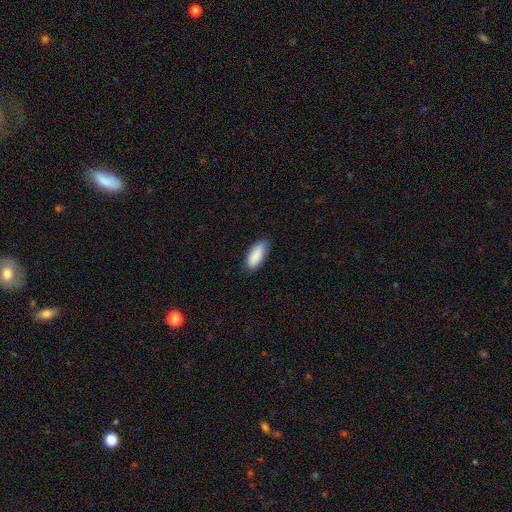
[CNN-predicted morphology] A smooth galaxy with no disk features (89%) that is in between round and cigar-shaped (83%). Merging: none (80%).